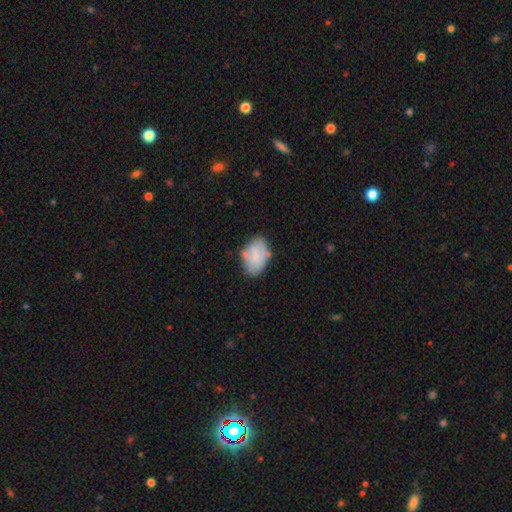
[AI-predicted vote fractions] Smooth or featured? smooth (68%)
How rounded? in between (87%)
Merging? none (60%)